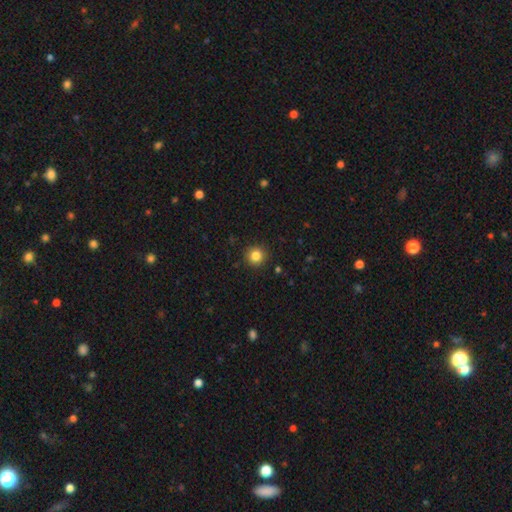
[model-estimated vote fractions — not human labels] This is clearly a smooth galaxy (84%). How rounded: clearly round (94%). Merging: clearly none (92%).